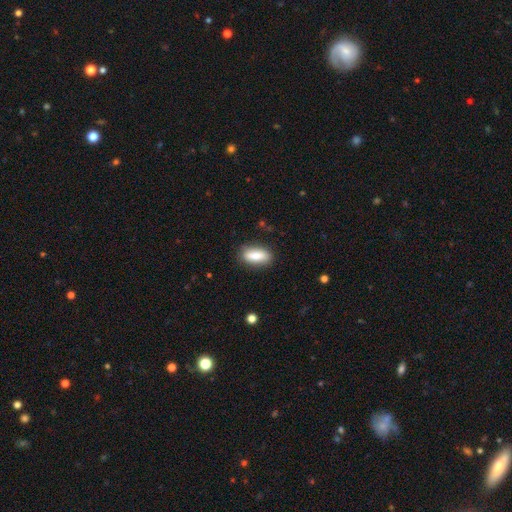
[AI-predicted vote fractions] smooth 80%, featured or disk 13%, star or artifact 7%. Down the decision tree: how rounded — in between (80%); merging — none (83%).